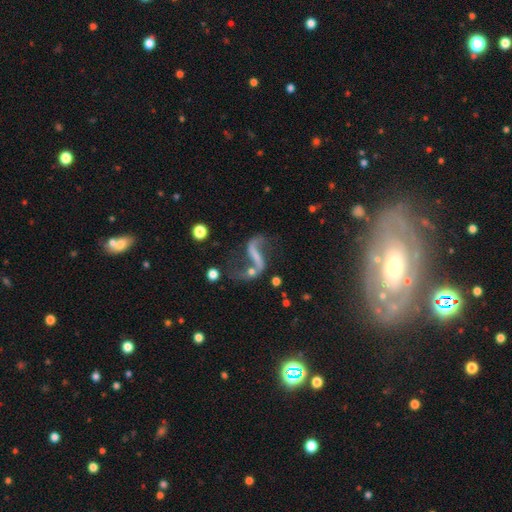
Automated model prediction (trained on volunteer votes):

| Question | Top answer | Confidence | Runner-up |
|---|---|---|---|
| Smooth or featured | featured or disk | 79% | smooth (11%) |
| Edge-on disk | no | 95% | yes (5%) |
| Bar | strong | 43% | weak (30%) |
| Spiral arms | yes | 86% | no (14%) |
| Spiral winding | loose | 91% | medium (7%) |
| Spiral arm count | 2 | 87% | 1 (9%) |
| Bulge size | none | 54% | small (30%) |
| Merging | none | 44% | major disturbance (23%) |